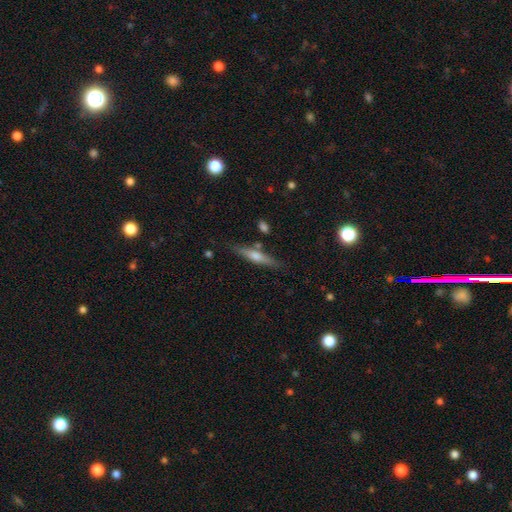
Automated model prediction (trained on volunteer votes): This appears to be a featured or disk galaxy (47%). Merging: none (80%).